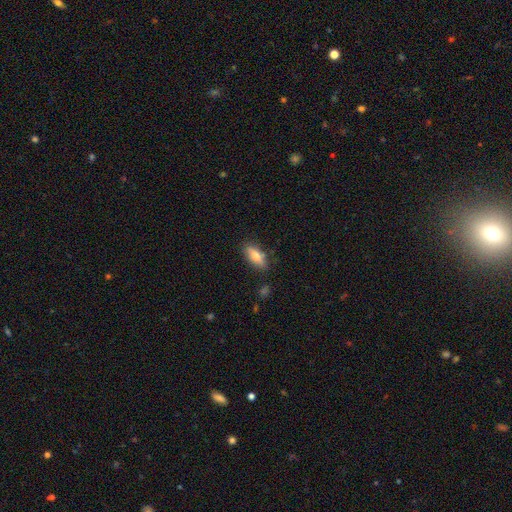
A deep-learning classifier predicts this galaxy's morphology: smooth 67%, featured or disk 26%, star or artifact 7%. Down the decision tree: how rounded — in between (69%); merging — none (81%).